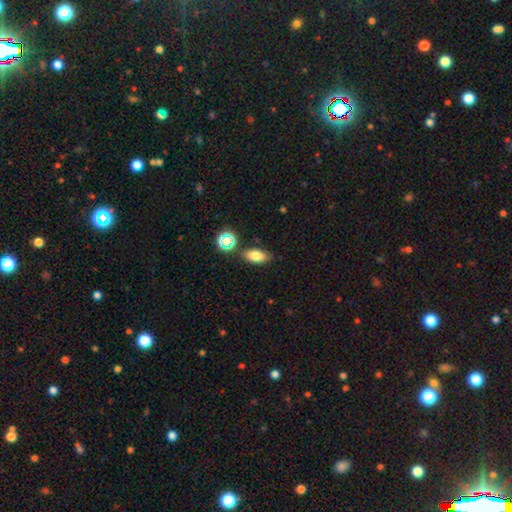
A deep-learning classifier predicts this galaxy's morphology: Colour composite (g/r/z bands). It shows a smooth galaxy with no disk features (75%) that is in between round and cigar-shaped (84%). Merging: none (79%).